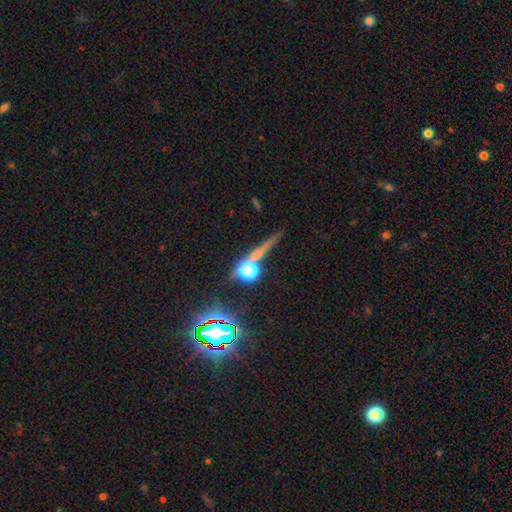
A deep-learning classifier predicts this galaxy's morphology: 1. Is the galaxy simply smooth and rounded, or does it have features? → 40% star or artifact, 35% smooth, 26% featured or disk.